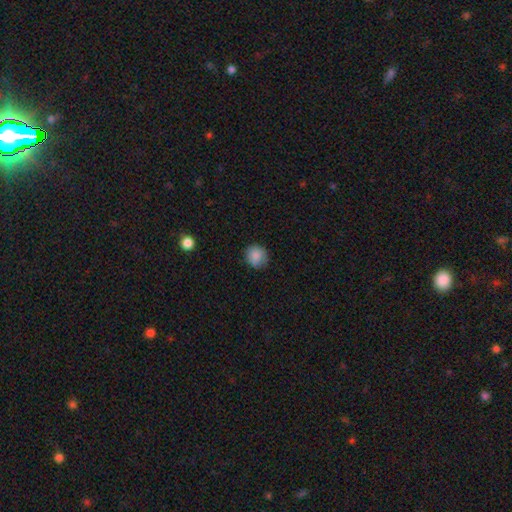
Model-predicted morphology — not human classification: smooth 86%, star or artifact 9%, featured or disk 6%. Down the decision tree: how rounded — round (85%); merging — none (79%).